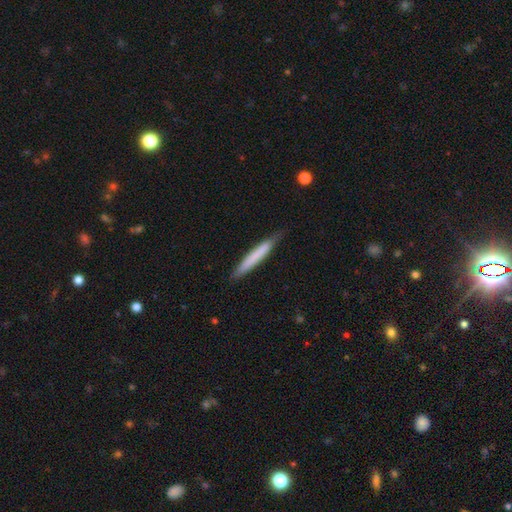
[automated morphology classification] Smooth or featured? Predicted: smooth (p=0.69). How rounded? Predicted: cigar-shaped (p=0.96). Merging? Predicted: none (p=0.83).